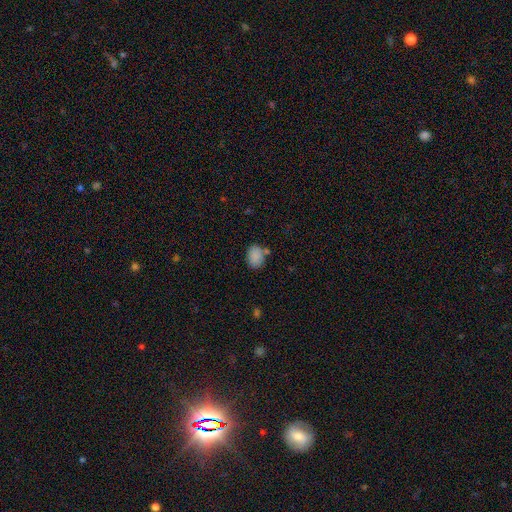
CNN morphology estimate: Overall: smooth (86%). How rounded: in between (66%; round 33%). Merging: none (68%).